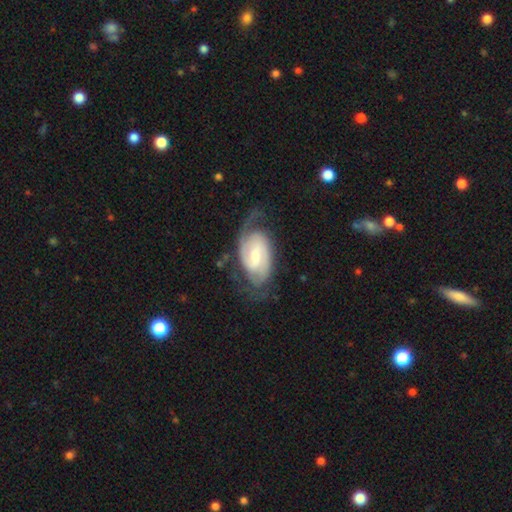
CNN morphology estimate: featured or disk 85%, smooth 10%, star or artifact 5%. Down the decision tree: edge-on disk — no (96%); bar — weak (55%); spiral arms — yes (97%); spiral arm count — 2 (83%); spiral winding — medium (43%); bulge size — small (45%); merging — none (67%).